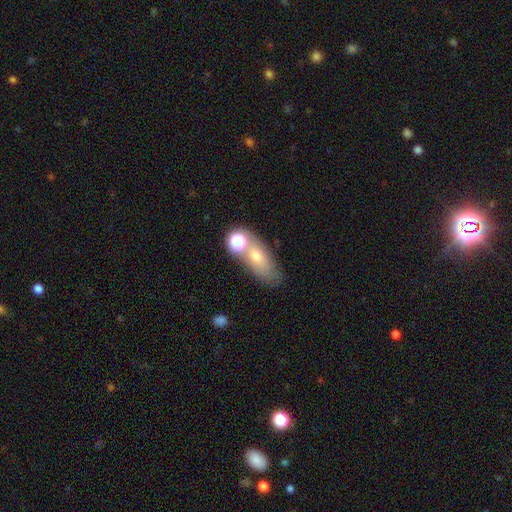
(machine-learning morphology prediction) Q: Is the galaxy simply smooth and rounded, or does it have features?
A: smooth — 58%.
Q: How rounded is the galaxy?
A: in between — 70%.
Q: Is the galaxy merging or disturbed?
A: none — 51%.